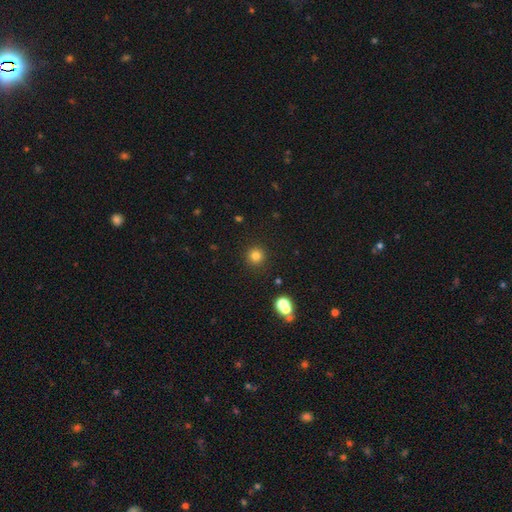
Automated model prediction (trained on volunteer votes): Smooth or featured? Predicted: smooth (p=0.80). How rounded? Predicted: round (p=0.95). Merging? Predicted: none (p=0.91).